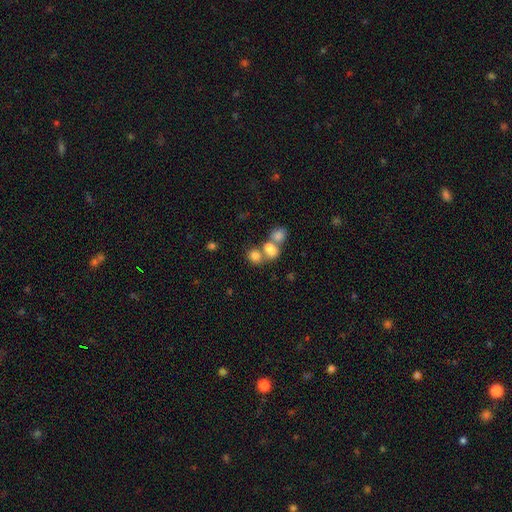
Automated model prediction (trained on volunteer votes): smooth_or_featured: smooth (p=0.74) [alt: star or artifact p=0.13]
how_rounded: round (p=0.64) [alt: in between p=0.35]
merging: merger (p=0.50) [alt: none p=0.38]